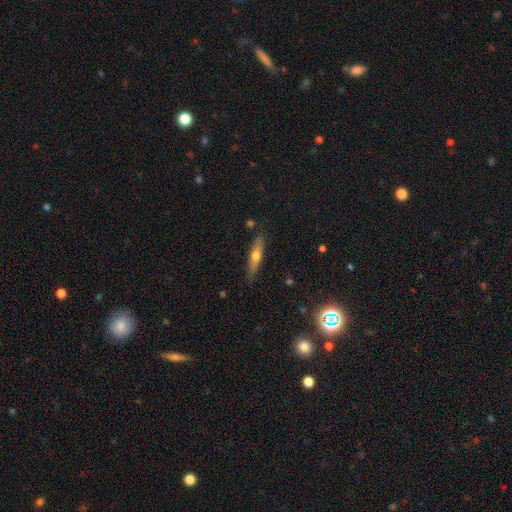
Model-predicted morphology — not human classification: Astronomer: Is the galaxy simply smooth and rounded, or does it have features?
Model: featured or disk — 47% (runner-up: smooth, 46%).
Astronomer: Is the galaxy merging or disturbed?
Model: none — 84%.